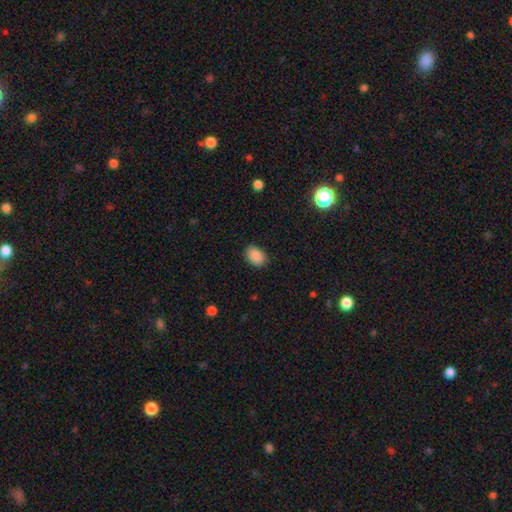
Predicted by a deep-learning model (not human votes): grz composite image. It shows a smooth galaxy with no disk features (88%) that is in between round and cigar-shaped (80%). Merging: none (87%).